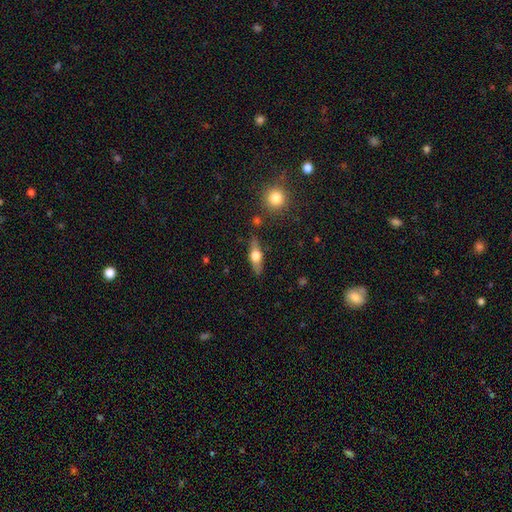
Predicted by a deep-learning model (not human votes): Smooth or featured?
  - featured or disk: 49% *
  - smooth: 44%
  - star or artifact: 7%
Merging?
  - none: 82% *
  - minor disturbance: 12%
  - merger: 3%
  - major disturbance: 3%